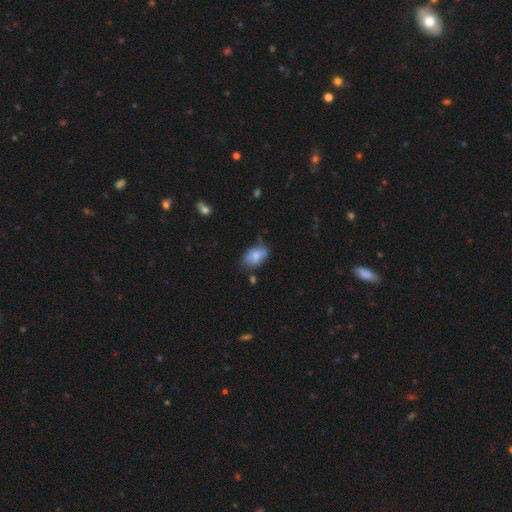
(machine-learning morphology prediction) The model was most divided on "merging": none: 50%, minor disturbance: 34%, major disturbance: 11%, merger: 5%. More confident: how rounded — in between (84%); smooth or featured — smooth (72%).